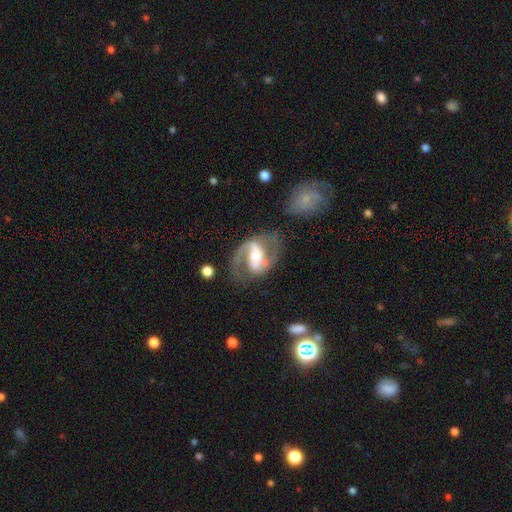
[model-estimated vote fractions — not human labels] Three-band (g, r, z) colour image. It shows a featured or disk galaxy (87%) with a strong bar (54%), 2 (89%) medium (53%) spiral arms (95%) and a moderate central bulge (55%). Merging: none (69%).